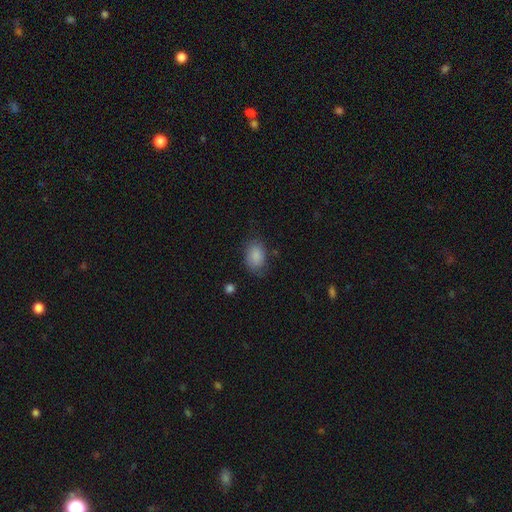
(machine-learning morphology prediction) smooth_or_featured: smooth (p=0.87) [alt: star or artifact p=0.08]
how_rounded: in between (p=0.79) [alt: round p=0.20]
merging: none (p=0.73) [alt: minor disturbance p=0.20]